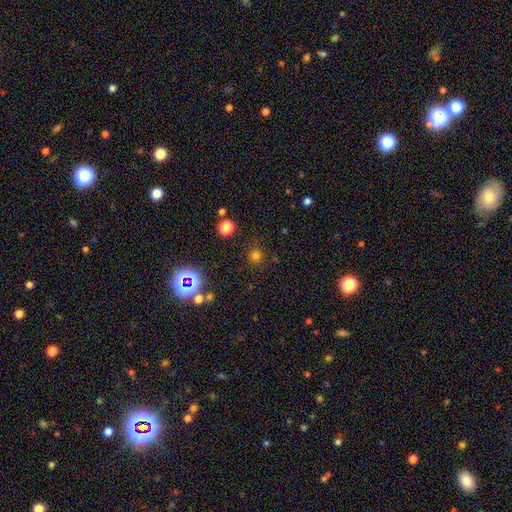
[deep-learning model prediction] Morphology: type=smooth (68%); roundness=round (92%); merging=none (84%).